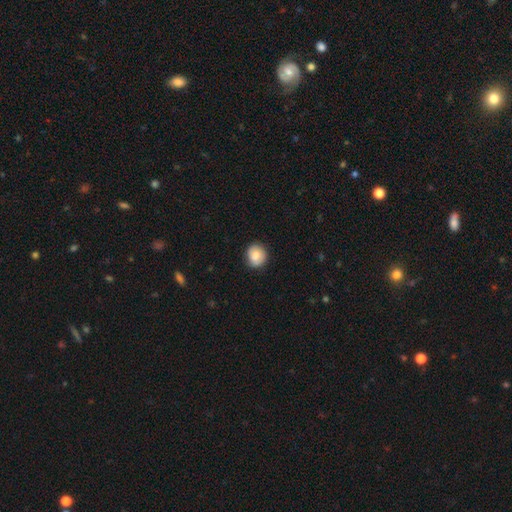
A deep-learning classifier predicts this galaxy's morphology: smooth-or-featured: smooth: 79% | featured or disk: 13% | star or artifact: 8%
  how-rounded: round: 82% | in between: 17% | cigar-shaped: 1%
  merging: none: 85% | minor disturbance: 11% | major disturbance: 2% | merger: 1%